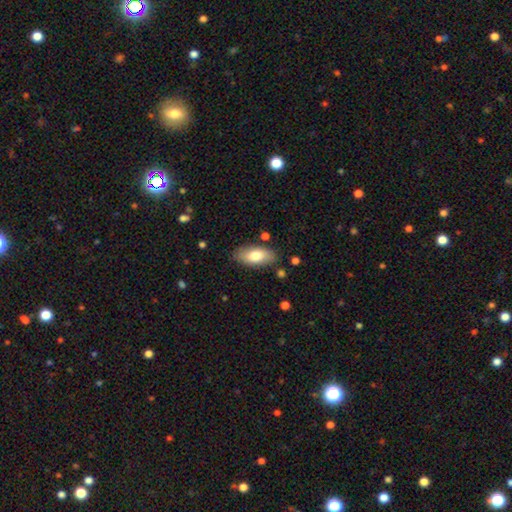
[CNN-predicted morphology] Smooth or featured? smooth (75%)
How rounded? in between (90%)
Merging? none (83%)